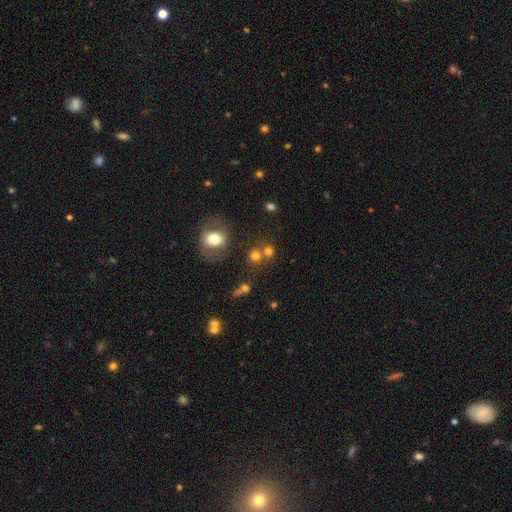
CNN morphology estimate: Smooth or featured?
  - smooth: 72% *
  - star or artifact: 18%
  - featured or disk: 10%
How rounded?
  - round: 88% *
  - in between: 11%
  - cigar-shaped: 1%
Merging?
  - none: 60% *
  - merger: 28%
  - minor disturbance: 8%
  - major disturbance: 4%